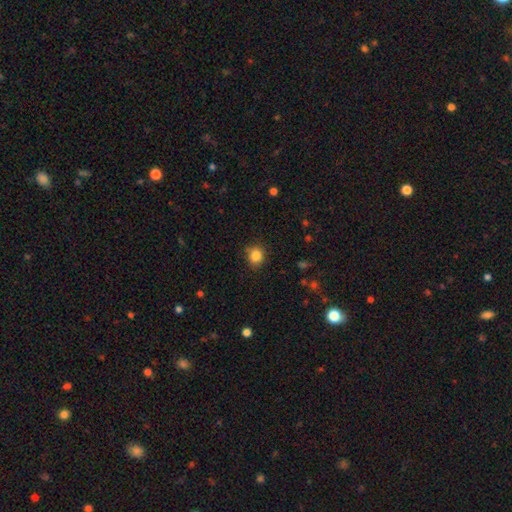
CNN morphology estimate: Smooth or featured? Predicted: smooth (p=0.84). How rounded? Predicted: round (p=0.82). Merging? Predicted: none (p=0.82).